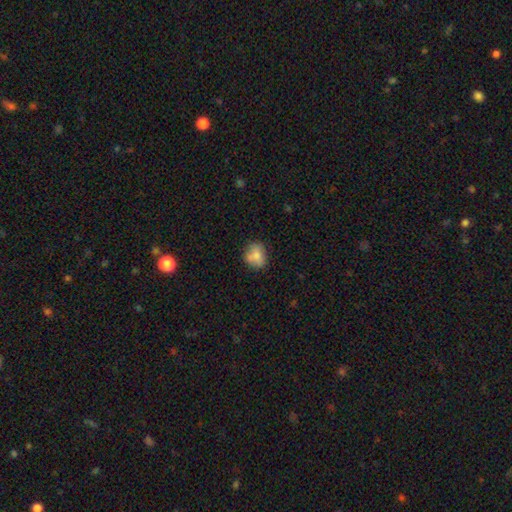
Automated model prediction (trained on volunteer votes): This is likely a smooth galaxy (77%). How rounded: likely round (65%). Merging: likely none (62%).